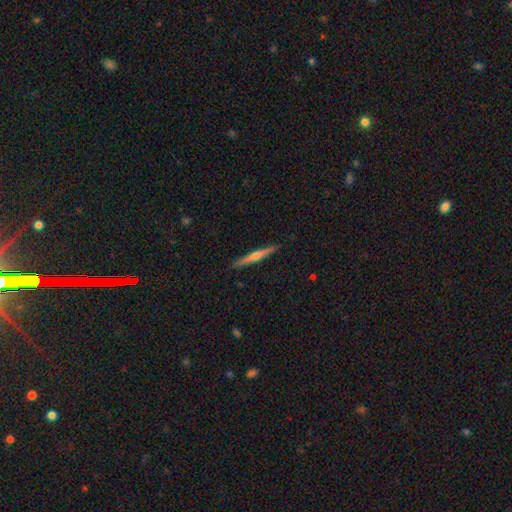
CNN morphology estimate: This is likely a featured or disk galaxy (68%). It is clearly viewed edge-on (98%). Edge-on bulge: clearly rounded (83%). Merging: clearly none (92%).